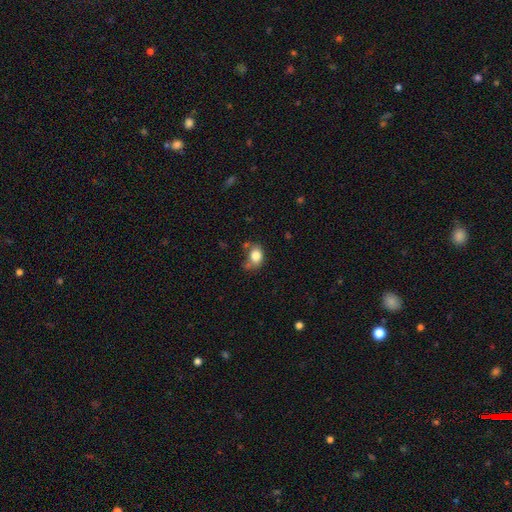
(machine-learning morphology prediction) Smooth or featured: smooth — 81% (star or artifact — 9%)
How rounded: in between — 61% (round — 38%)
Merging: none — 53% (minor disturbance — 26%)